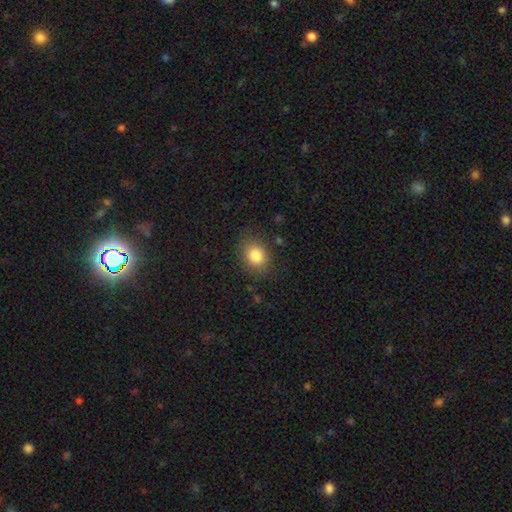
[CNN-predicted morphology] type=smooth (83%); roundness=in between (53%); merging=none (82%).